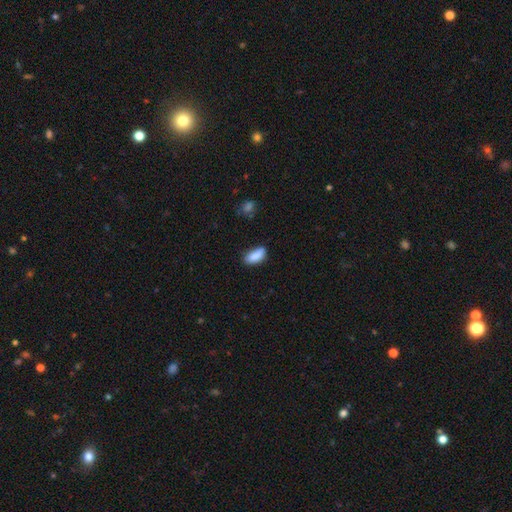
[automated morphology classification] A smooth galaxy with no disk features (87%) that is in between round and cigar-shaped (85%). Merging: none (68%).